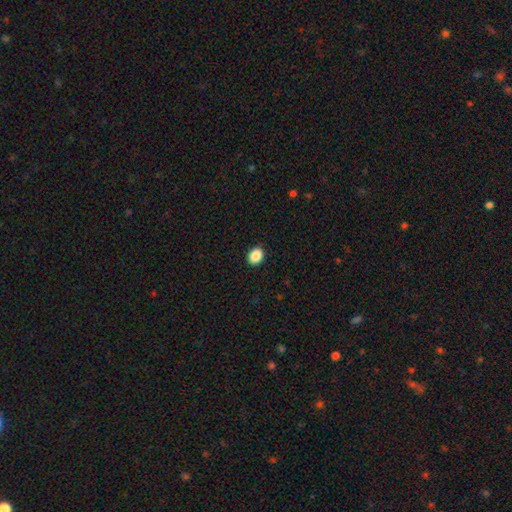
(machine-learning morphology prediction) Smooth or featured?
  - smooth: 88% *
  - star or artifact: 8%
  - featured or disk: 3%
How rounded?
  - in between: 56% *
  - round: 43%
  - cigar-shaped: 1%
Merging?
  - none: 91% *
  - minor disturbance: 6%
  - major disturbance: 2%
  - merger: 1%